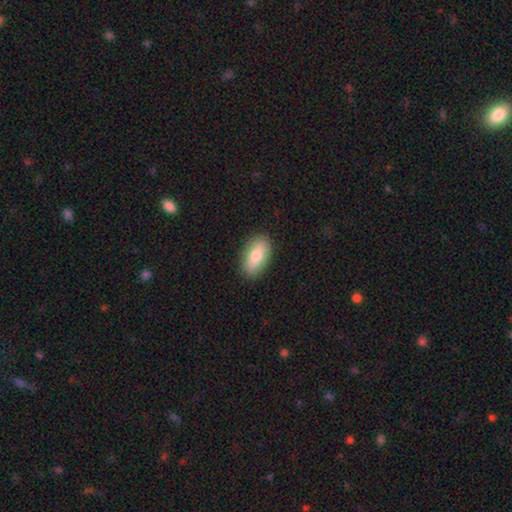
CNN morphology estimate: This appears to be a smooth galaxy with no disk features (73%) that is in between round and cigar-shaped (90%). Merging: none (88%).